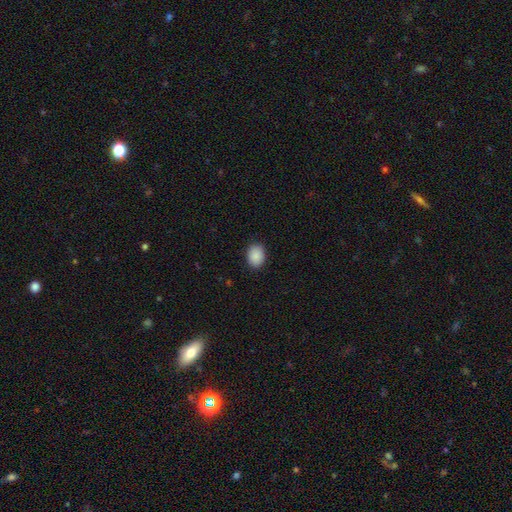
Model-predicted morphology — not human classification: The model was most divided on "how rounded": in between: 66%, round: 33%, cigar-shaped: 1%. More confident: smooth or featured — smooth (89%); merging — none (88%).